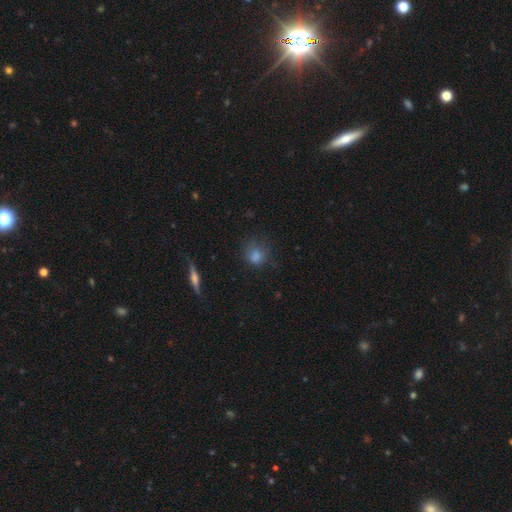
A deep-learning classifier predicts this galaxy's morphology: Smooth or featured?
  - smooth: 73% *
  - star or artifact: 15%
  - featured or disk: 12%
How rounded?
  - round: 76% *
  - in between: 21%
  - cigar-shaped: 2%
Merging?
  - none: 68% *
  - minor disturbance: 21%
  - major disturbance: 9%
  - merger: 2%